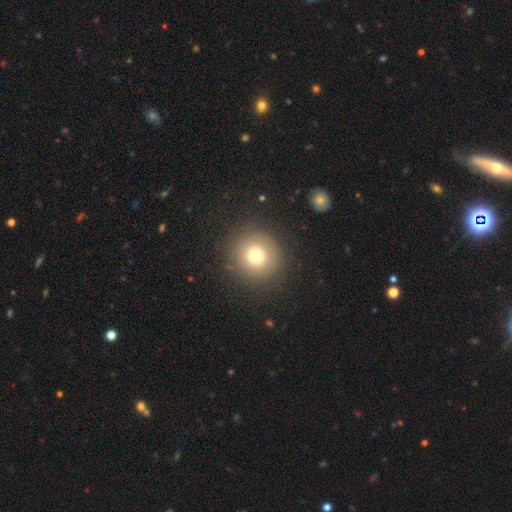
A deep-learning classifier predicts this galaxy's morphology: This appears to be a smooth galaxy with no disk features (72%) that is round (94%). Merging: none (88%).